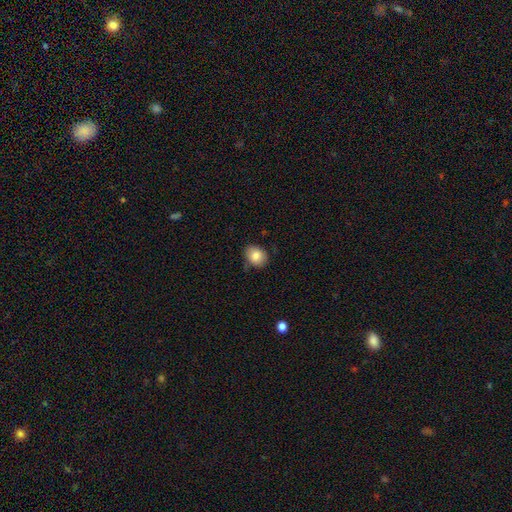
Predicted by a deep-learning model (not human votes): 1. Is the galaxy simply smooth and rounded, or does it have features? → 84% smooth, 9% star or artifact, 8% featured or disk.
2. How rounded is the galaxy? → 50% round, 49% in between, 1% cigar-shaped.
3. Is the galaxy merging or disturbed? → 79% none, 15% minor disturbance, 3% major disturbance, 2% merger.